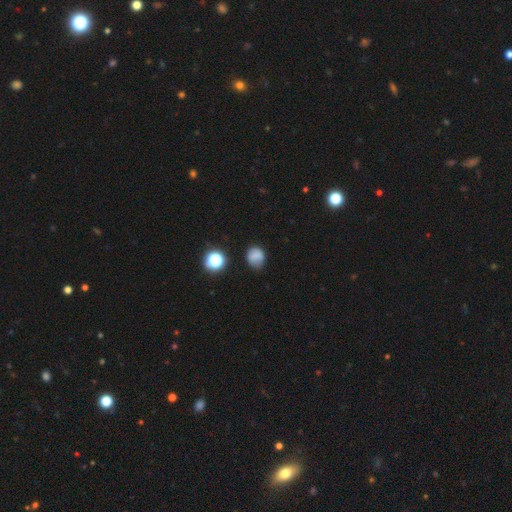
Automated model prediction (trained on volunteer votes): This appears to be a smooth galaxy with no disk features (76%) that is round (70%). Merging: none (63%).